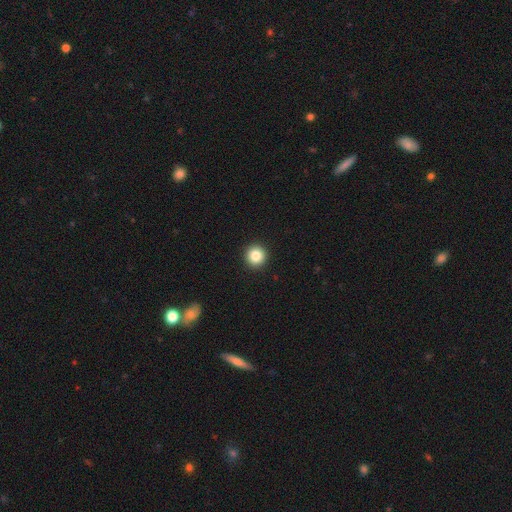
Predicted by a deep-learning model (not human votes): Smooth or featured?
  - smooth: 84% *
  - star or artifact: 10%
  - featured or disk: 5%
How rounded?
  - round: 95% *
  - in between: 4%
  - cigar-shaped: 1%
Merging?
  - none: 94% *
  - minor disturbance: 4%
  - major disturbance: 1%
  - merger: 1%